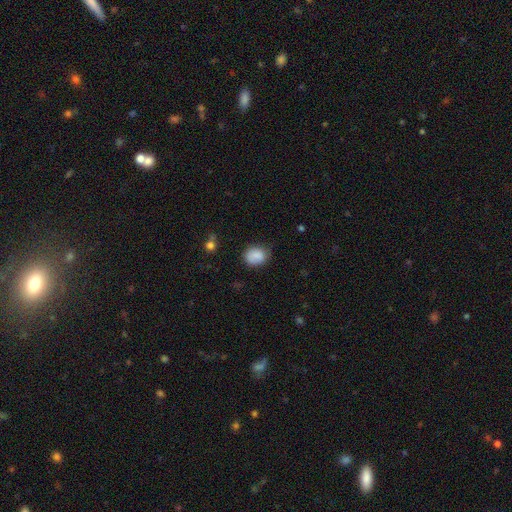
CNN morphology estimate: This appears to be a smooth galaxy with no disk features (85%) that is round (56%). Merging: none (68%).